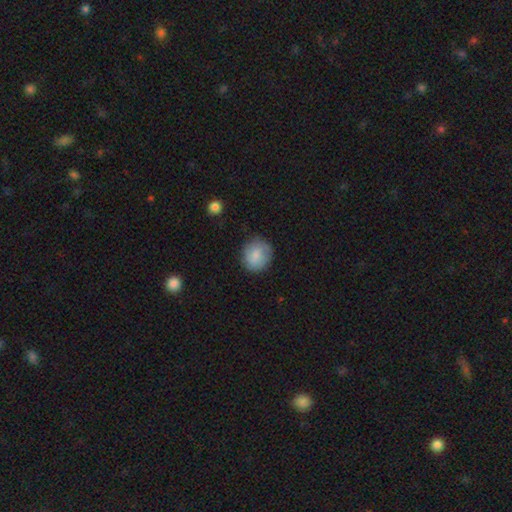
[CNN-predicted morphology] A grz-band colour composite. It shows a smooth galaxy with no disk features (83%) that is round (82%). Merging: none (78%).